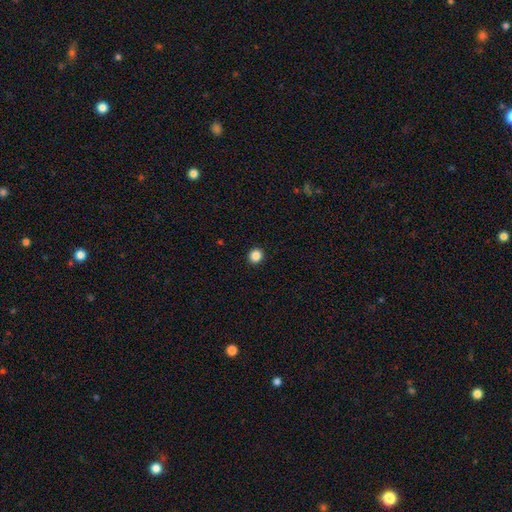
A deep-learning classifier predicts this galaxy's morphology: Overall: smooth (87%). How rounded: round (87%). Merging: none (93%).